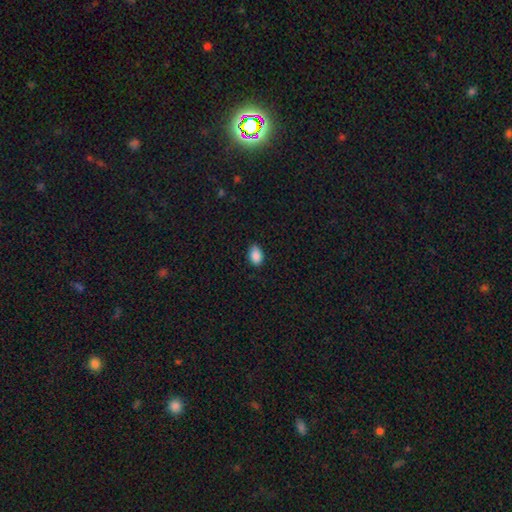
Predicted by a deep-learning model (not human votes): Smooth or featured? Predicted: smooth (p=0.89). How rounded? Predicted: in between (p=0.88). Merging? Predicted: none (p=0.79).